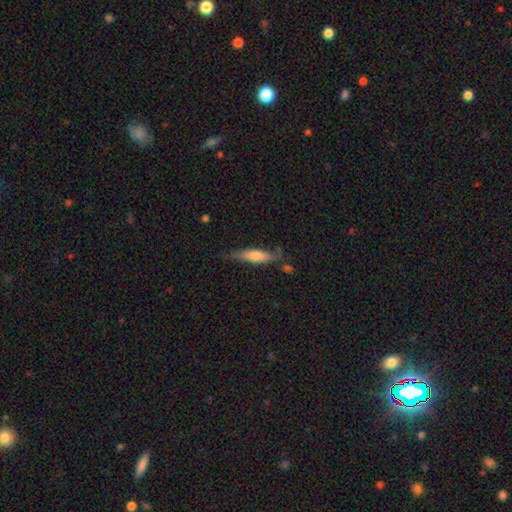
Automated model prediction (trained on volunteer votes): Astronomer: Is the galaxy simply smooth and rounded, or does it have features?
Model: smooth — 57% (runner-up: featured or disk, 36%).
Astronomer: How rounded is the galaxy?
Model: cigar-shaped — 73%.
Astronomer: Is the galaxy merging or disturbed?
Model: none — 63%.